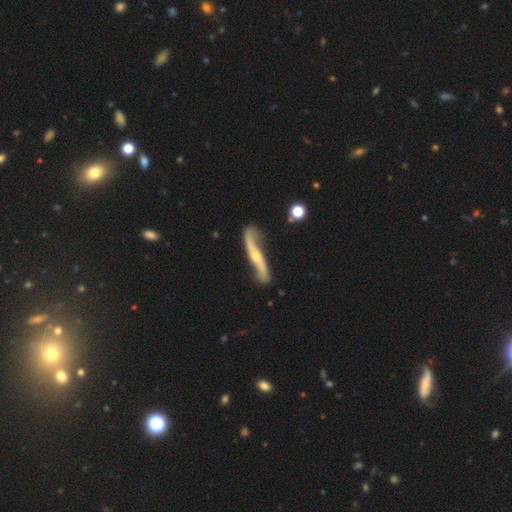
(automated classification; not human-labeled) smooth-or-featured: featured or disk: 83% | smooth: 13% | star or artifact: 5%
  disk-edge-on: no: 53% | yes: 47%
  merging: none: 71% | minor disturbance: 20% | major disturbance: 6% | merger: 3%